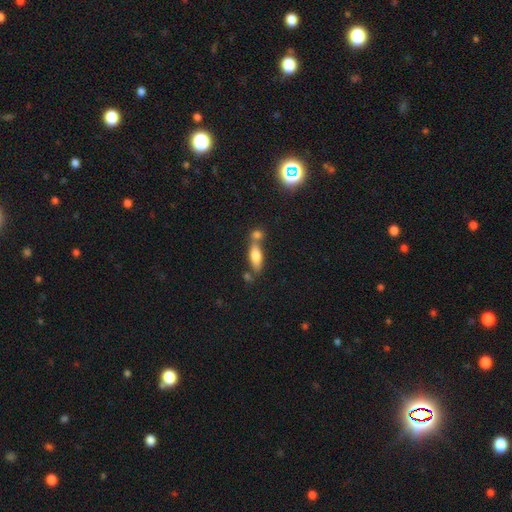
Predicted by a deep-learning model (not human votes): smooth 74%, featured or disk 18%, star or artifact 8%. Down the decision tree: how rounded — in between (64%); merging — none (49%).